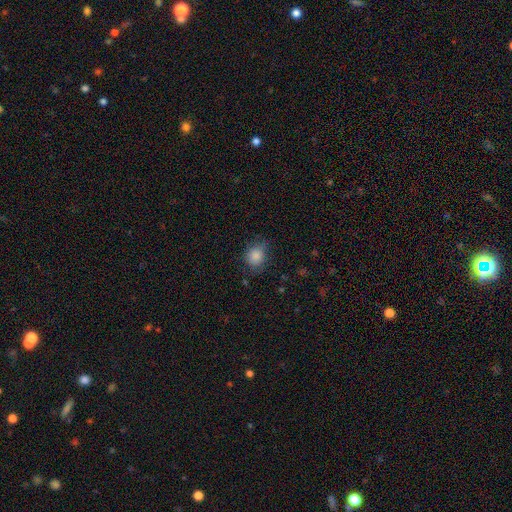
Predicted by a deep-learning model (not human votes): Overall: smooth (85%). How rounded: round (69%; in between 30%). Merging: none (67%).